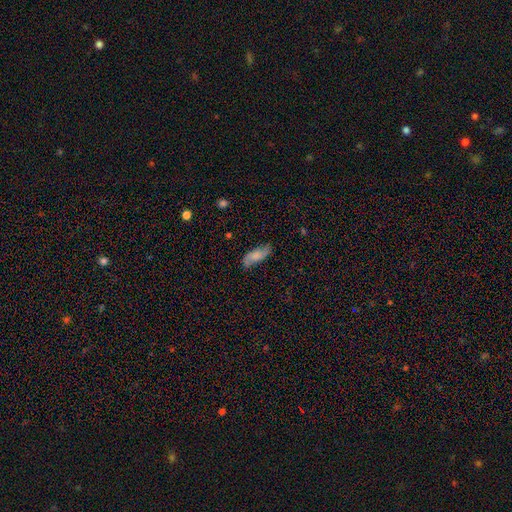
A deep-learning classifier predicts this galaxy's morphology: Smooth or featured? Predicted: smooth (p=0.60). How rounded? Predicted: in between (p=0.73). Merging? Predicted: none (p=0.73).